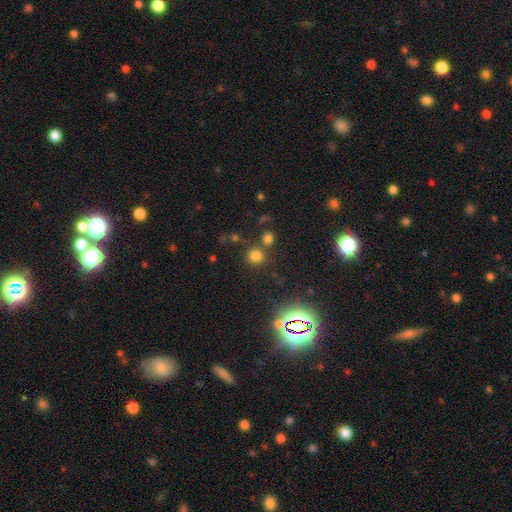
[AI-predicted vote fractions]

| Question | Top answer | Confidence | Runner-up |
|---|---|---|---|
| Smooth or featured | smooth | 71% | star or artifact (23%) |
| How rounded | round | 91% | in between (8%) |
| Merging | none | 75% | merger (13%) |